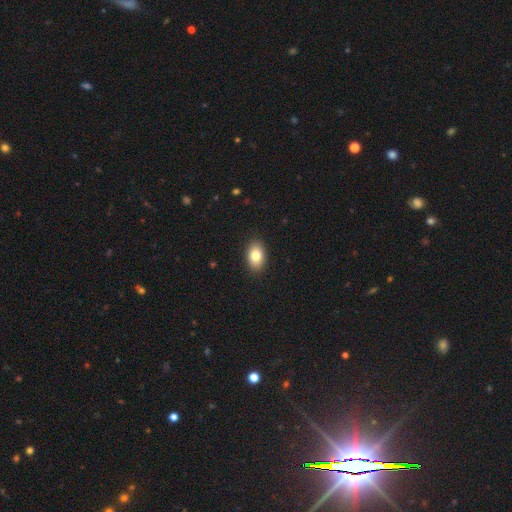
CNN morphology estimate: type=smooth (81%); roundness=in between (88%); merging=none (89%).